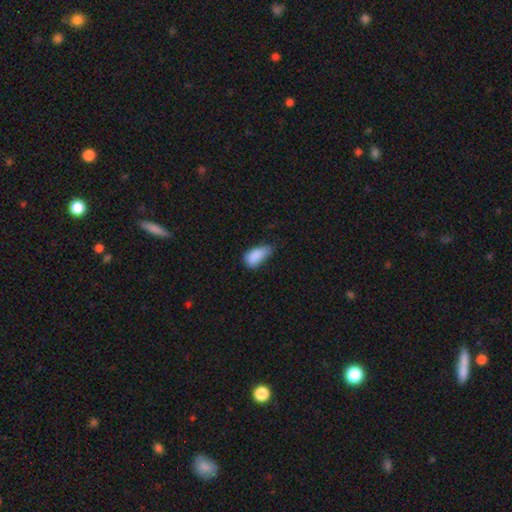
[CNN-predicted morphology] smooth_or_featured: smooth (p=0.85) [alt: star or artifact p=0.09]
how_rounded: in between (p=0.91) [alt: cigar-shaped p=0.05]
merging: minor disturbance (p=0.49) [alt: none p=0.36]